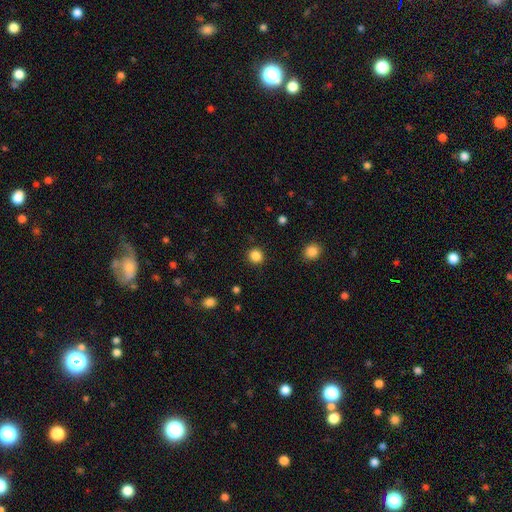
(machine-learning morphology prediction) Smooth or featured?
  - smooth: 86% *
  - star or artifact: 11%
  - featured or disk: 3%
How rounded?
  - round: 89% *
  - in between: 10%
  - cigar-shaped: 1%
Merging?
  - none: 91% *
  - minor disturbance: 6%
  - major disturbance: 2%
  - merger: 1%